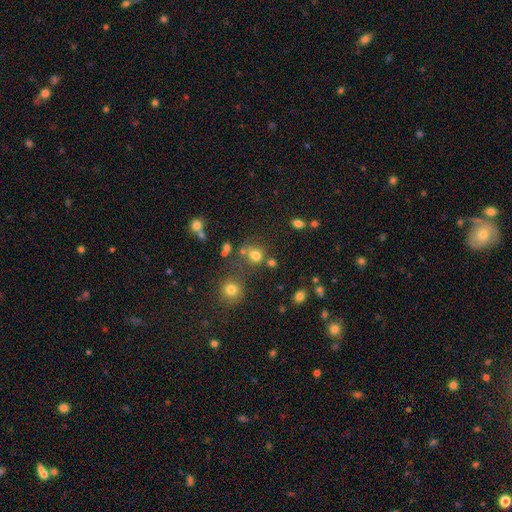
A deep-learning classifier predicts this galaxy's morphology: A smooth galaxy with no disk features (72%) that is round (70%).

Vote fractions:
- Smooth or featured? smooth: 72% / star or artifact: 19% / featured or disk: 9%
- How rounded? round: 70% / in between: 29% / cigar-shaped: 1%
- Merging? none: 56% / merger: 23% / minor disturbance: 14% / major disturbance: 8%